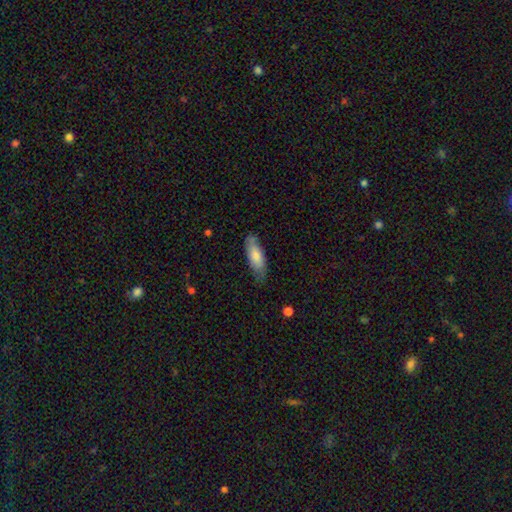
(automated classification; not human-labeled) smooth 75%, featured or disk 20%, star or artifact 6%. Down the decision tree: how rounded — in between (71%); merging — none (67%).